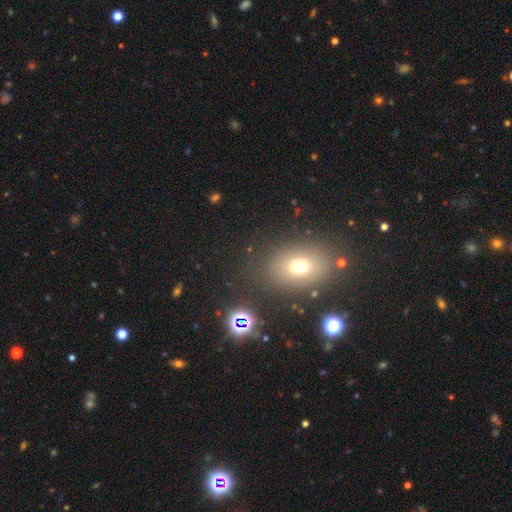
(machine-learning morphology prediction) Q: Smooth or featured?
A: smooth (55%); runner-up: star or artifact (32%)
Q: How rounded?
A: in between (62%); runner-up: round (36%)
Q: Merging?
A: none (83%); runner-up: minor disturbance (9%)